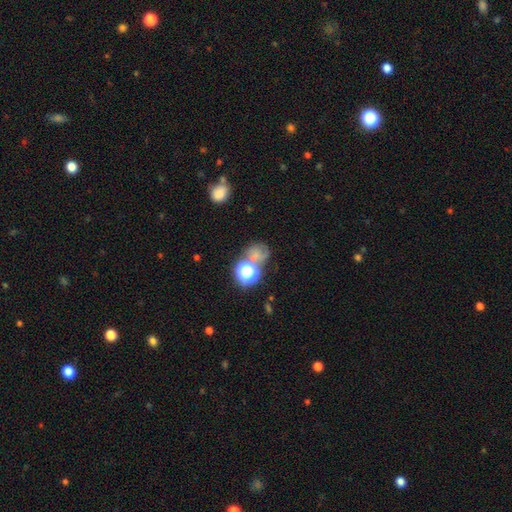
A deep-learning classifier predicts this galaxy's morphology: Smooth or featured: smooth — 56% (star or artifact — 29%)
How rounded: round — 66% (in between — 33%)
Merging: none — 44% (merger — 25%)